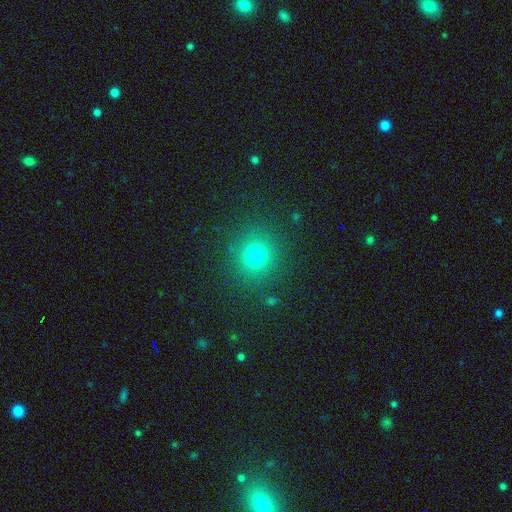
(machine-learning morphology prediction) smooth-or-featured: smooth: 74% | star or artifact: 18% | featured or disk: 7%
  how-rounded: round: 89% | in between: 10% | cigar-shaped: 1%
  merging: none: 88% | minor disturbance: 7% | major disturbance: 3% | merger: 2%